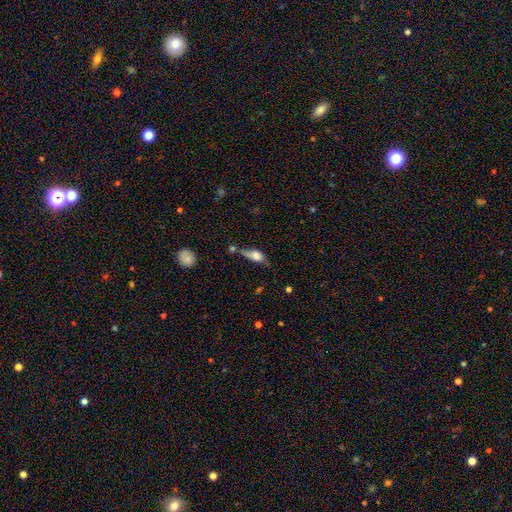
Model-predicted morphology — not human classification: smooth_or_featured: smooth (p=0.53) [alt: featured or disk p=0.37]
how_rounded: in between (p=0.66) [alt: cigar-shaped p=0.25]
merging: none (p=0.35) [alt: minor disturbance p=0.28]